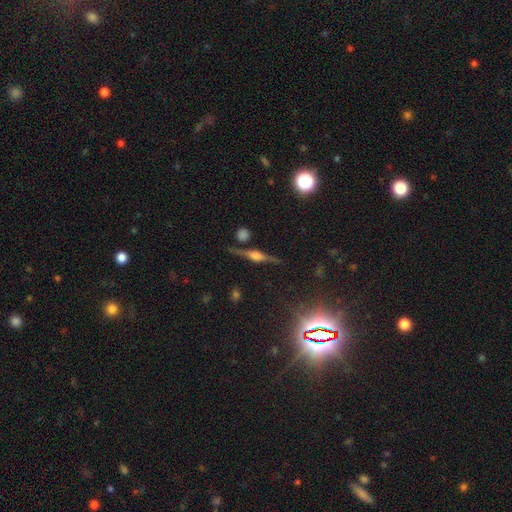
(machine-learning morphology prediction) This is likely a featured or disk galaxy (80%). It is clearly viewed edge-on (96%). Edge-on bulge: clearly rounded (81%). Merging: clearly none (84%).